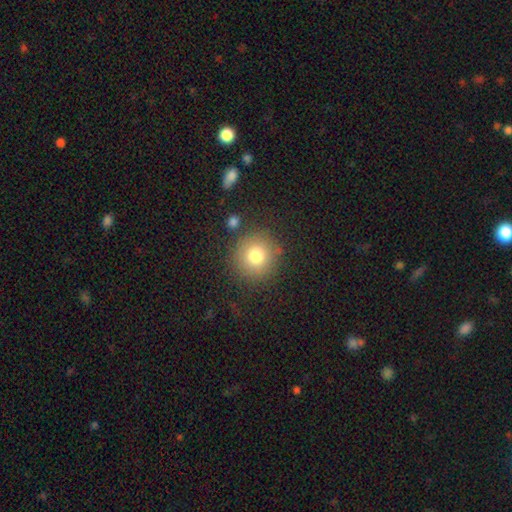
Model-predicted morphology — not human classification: smooth-or-featured: smooth: 78% | star or artifact: 11% | featured or disk: 11%
  how-rounded: round: 93% | in between: 6% | cigar-shaped: 1%
  merging: none: 83% | minor disturbance: 9% | major disturbance: 4% | merger: 3%